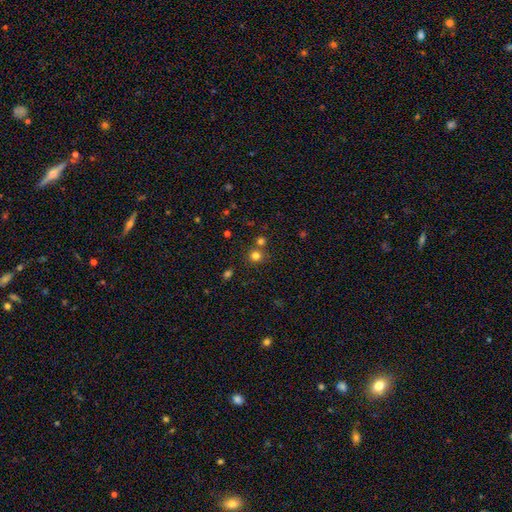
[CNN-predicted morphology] A smooth galaxy with no disk features (76%) that is round (89%). Merging: none (72%).